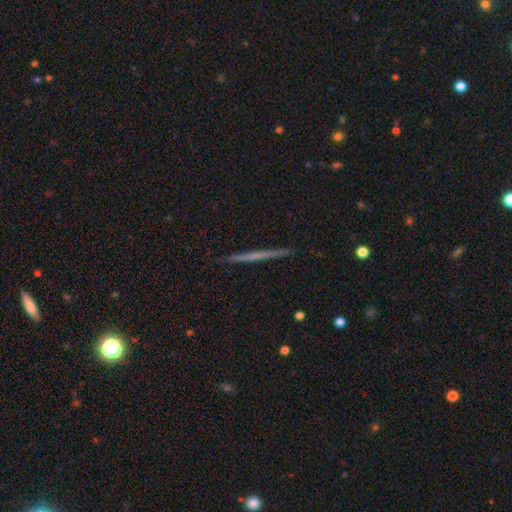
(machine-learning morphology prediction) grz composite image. It shows a featured or disk galaxy (51%) viewed edge-on (98%) with no central bulge (90%). Merging: none (92%).